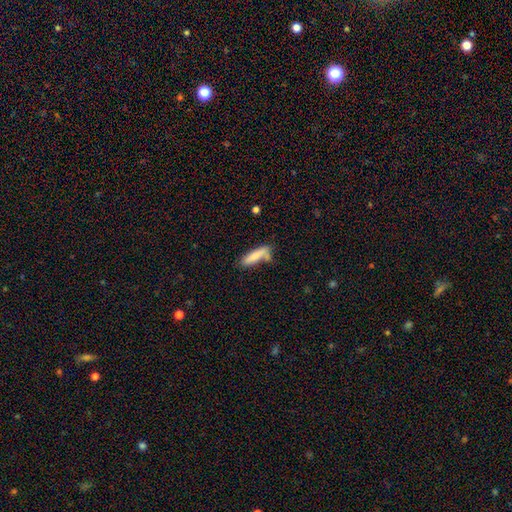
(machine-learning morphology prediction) Smooth or featured?
  - smooth: 80% *
  - featured or disk: 13%
  - star or artifact: 7%
How rounded?
  - cigar-shaped: 72% *
  - in between: 26%
  - round: 2%
Merging?
  - none: 59% *
  - minor disturbance: 20%
  - merger: 15%
  - major disturbance: 6%